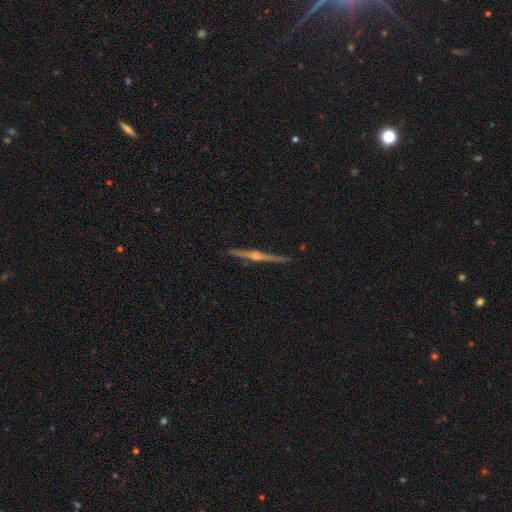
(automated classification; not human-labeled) Smooth or featured? featured or disk (85%)
Edge-on disk? yes (98%)
Edge-on bulge? rounded (84%)
Merging? none (91%)